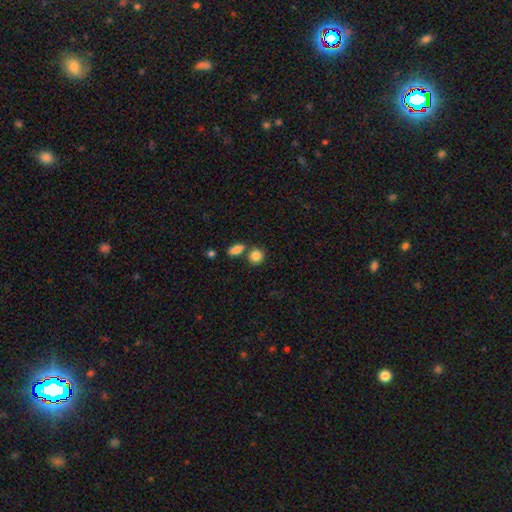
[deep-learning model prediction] This appears to be a smooth galaxy with no disk features (86%) that is round (76%). Merging: none (67%).